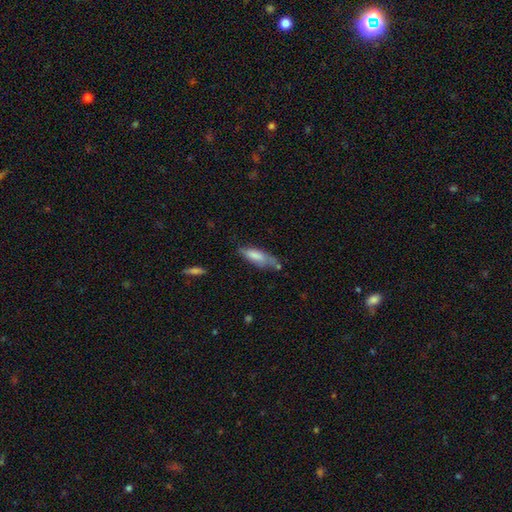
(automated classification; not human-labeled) Overall: smooth (76%). How rounded: in between (52%; cigar-shaped 46%). Merging: none (48%; minor disturbance 34%).